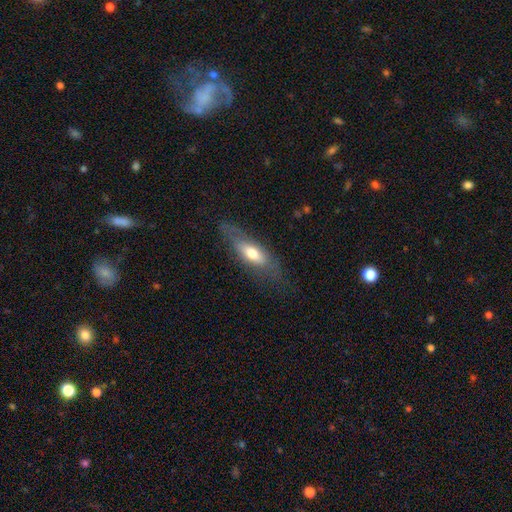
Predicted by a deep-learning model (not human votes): A smooth galaxy with no disk features (49%).

Vote fractions:
- Smooth or featured? smooth: 49% / featured or disk: 44% / star or artifact: 7%
- Merging? none: 70% / minor disturbance: 20% / major disturbance: 8% / merger: 1%